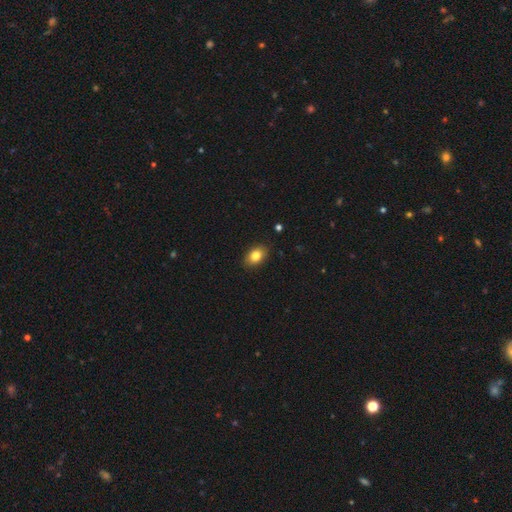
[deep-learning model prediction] The model was most divided on "how rounded": in between: 80%, round: 19%, cigar-shaped: 1%. More confident: merging — none (88%); smooth or featured — smooth (82%).